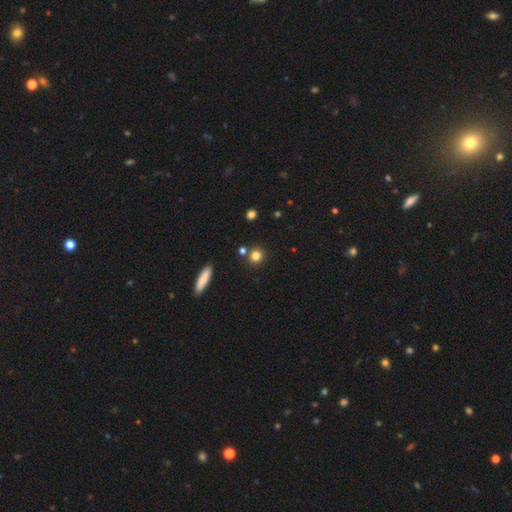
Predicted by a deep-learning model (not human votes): Overall: smooth (80%). How rounded: round (89%). Merging: none (80%).